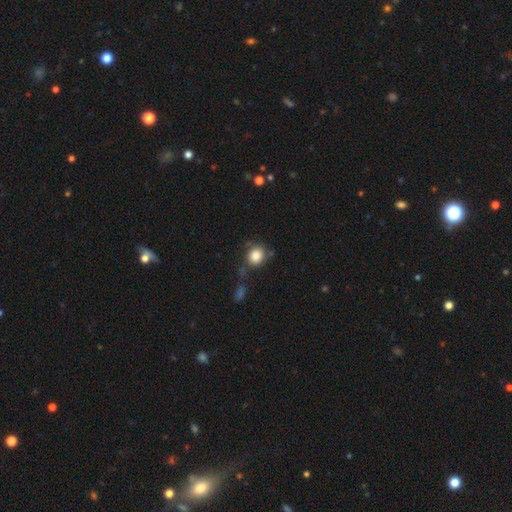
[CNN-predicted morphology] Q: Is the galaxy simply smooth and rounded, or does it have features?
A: smooth — 85%.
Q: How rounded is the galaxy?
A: round — 79%.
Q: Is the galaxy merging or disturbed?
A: none — 66%.